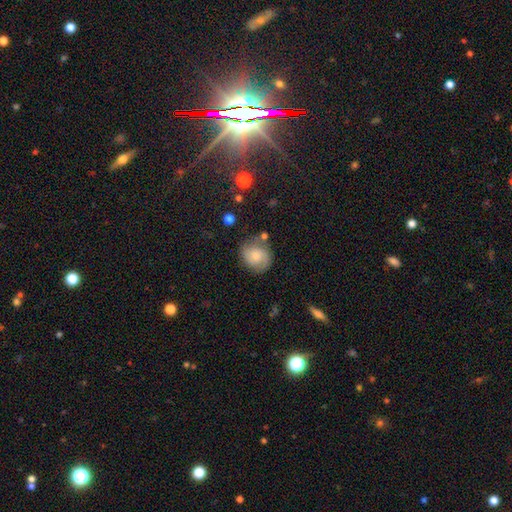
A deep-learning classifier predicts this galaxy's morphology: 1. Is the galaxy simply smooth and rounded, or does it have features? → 58% smooth, 34% featured or disk, 8% star or artifact.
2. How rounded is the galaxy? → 76% round, 23% in between, 1% cigar-shaped.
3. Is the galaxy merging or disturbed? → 66% none, 21% minor disturbance, 7% major disturbance, 5% merger.